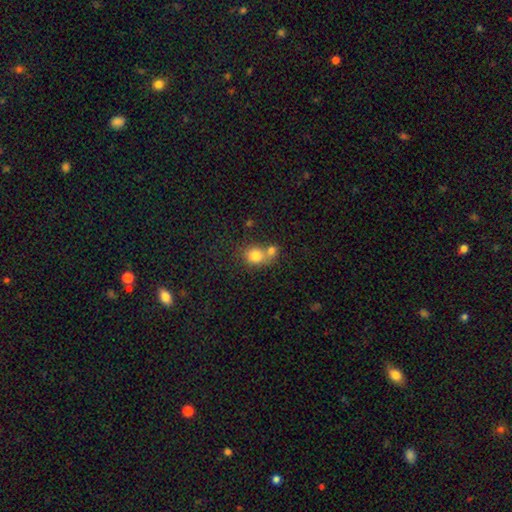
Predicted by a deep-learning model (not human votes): smooth-or-featured: smooth: 79% | featured or disk: 11% | star or artifact: 10%
  how-rounded: round: 76% | in between: 23% | cigar-shaped: 1%
  merging: merger: 53% | none: 35% | minor disturbance: 8% | major disturbance: 4%